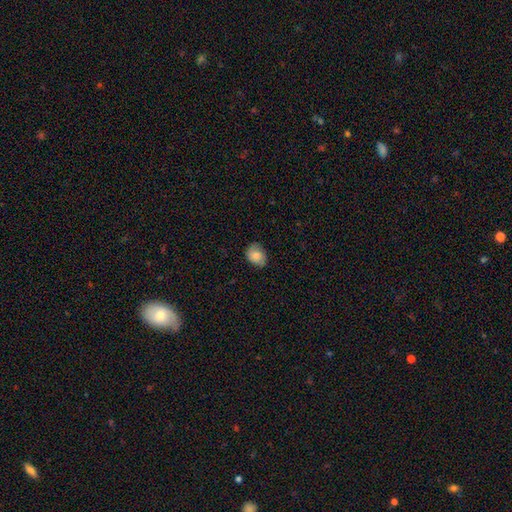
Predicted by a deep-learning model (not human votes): Overall: smooth (80%). How rounded: in between (52%; round 47%). Merging: none (70%).